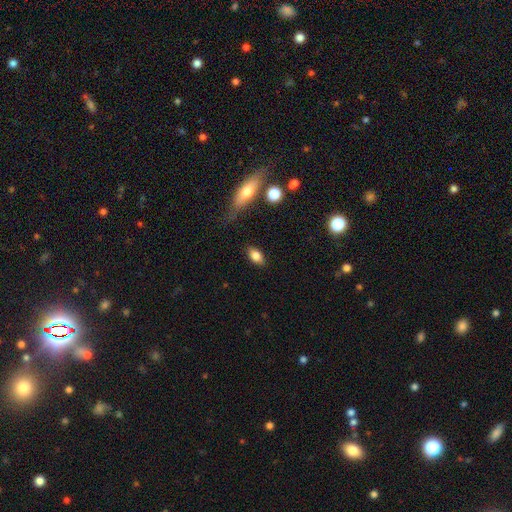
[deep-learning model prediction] Smooth or featured: smooth — 81% (featured or disk — 11%)
How rounded: in between — 88% (round — 8%)
Merging: none — 83% (minor disturbance — 12%)